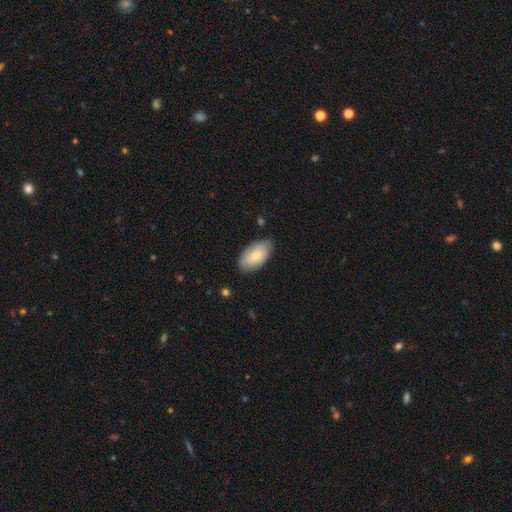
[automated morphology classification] type=smooth (67%); roundness=in between (94%); merging=none (76%).